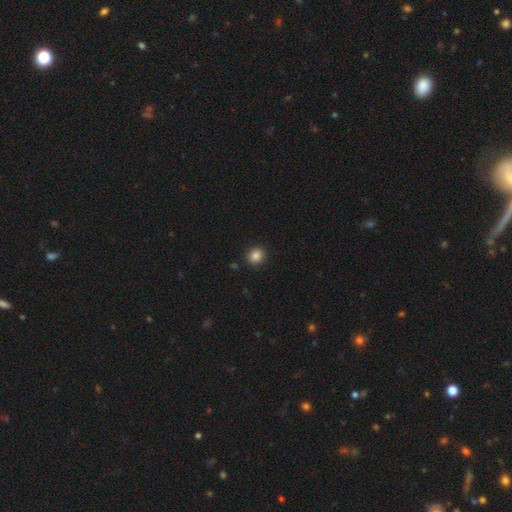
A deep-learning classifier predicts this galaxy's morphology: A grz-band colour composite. It shows a smooth galaxy with no disk features (85%) that is round (88%). Merging: none (91%).